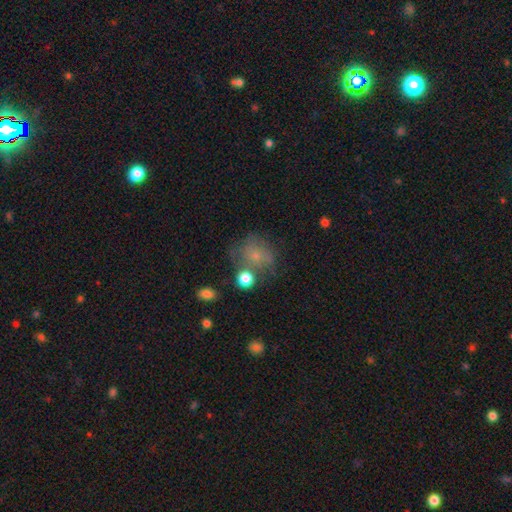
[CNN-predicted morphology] A smooth galaxy with no disk features (64%) that is round (72%).

Vote fractions:
- Smooth or featured? smooth: 64% / featured or disk: 22% / star or artifact: 14%
- How rounded? round: 72% / in between: 27% / cigar-shaped: 1%
- Merging? none: 51% / minor disturbance: 22% / major disturbance: 15% / merger: 12%